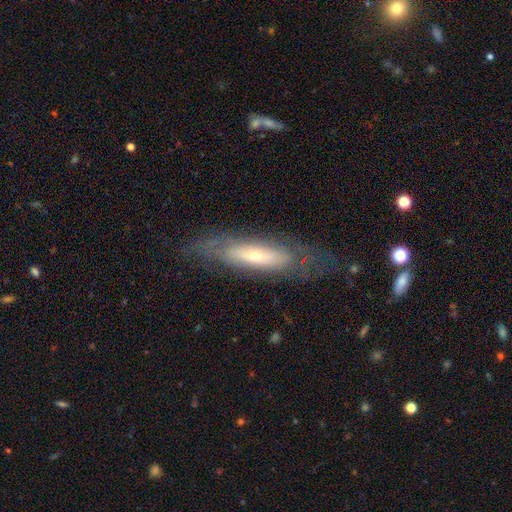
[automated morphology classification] Smooth or featured: featured or disk — 56% (smooth — 37%)
Edge-on disk: no — 55% (yes — 45%)
Merging: none — 68% (minor disturbance — 19%)